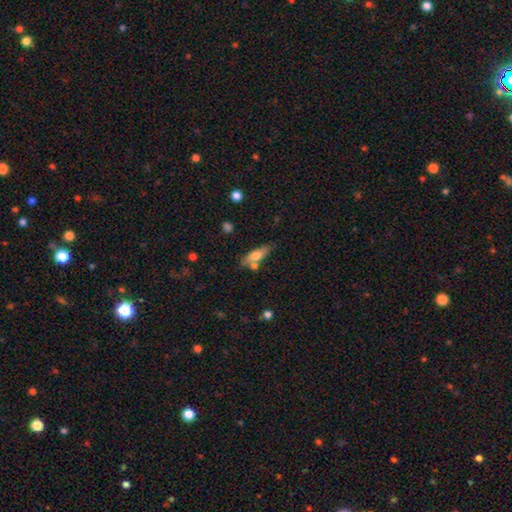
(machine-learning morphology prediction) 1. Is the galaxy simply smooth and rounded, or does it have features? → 62% smooth, 31% featured or disk, 7% star or artifact.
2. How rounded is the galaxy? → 49% cigar-shaped, 48% in between, 3% round.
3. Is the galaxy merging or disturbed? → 62% none, 17% merger, 16% minor disturbance, 4% major disturbance.